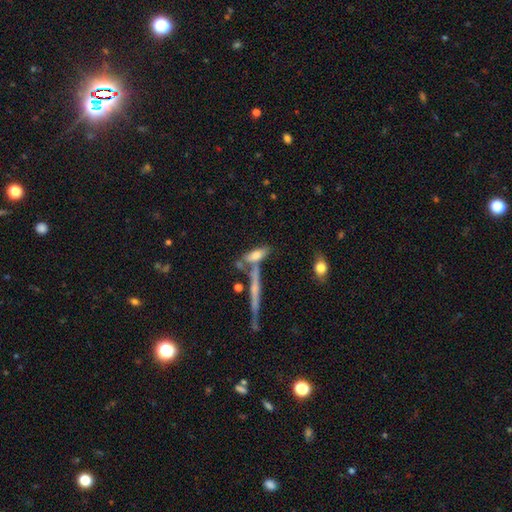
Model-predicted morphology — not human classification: Smooth or featured?
  - smooth: 69% *
  - featured or disk: 23%
  - star or artifact: 8%
How rounded?
  - in between: 54% *
  - cigar-shaped: 42%
  - round: 4%
Merging?
  - none: 50% *
  - merger: 29%
  - minor disturbance: 14%
  - major disturbance: 7%